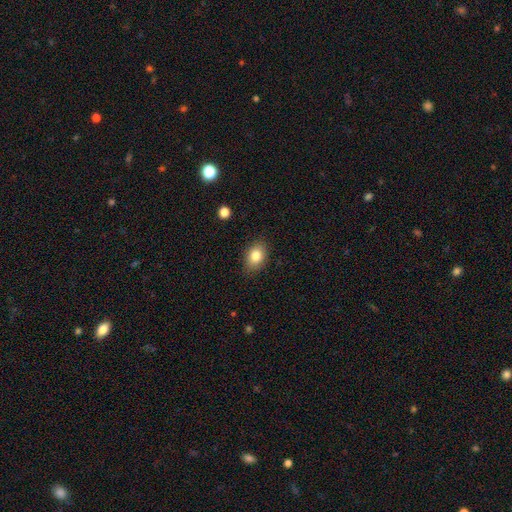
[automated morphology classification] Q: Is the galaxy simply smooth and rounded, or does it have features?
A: smooth — 82%.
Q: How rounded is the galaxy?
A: in between — 75%.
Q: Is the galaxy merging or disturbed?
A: none — 85%.